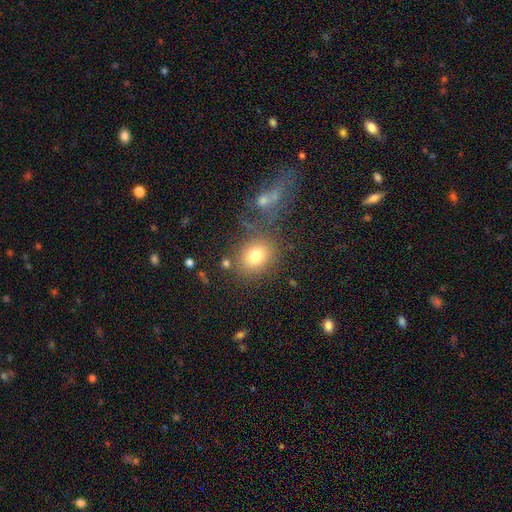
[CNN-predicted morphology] smooth_or_featured: smooth (p=0.77) [alt: star or artifact p=0.12]
how_rounded: round (p=0.56) [alt: in between p=0.42]
merging: none (p=0.72) [alt: minor disturbance p=0.12]